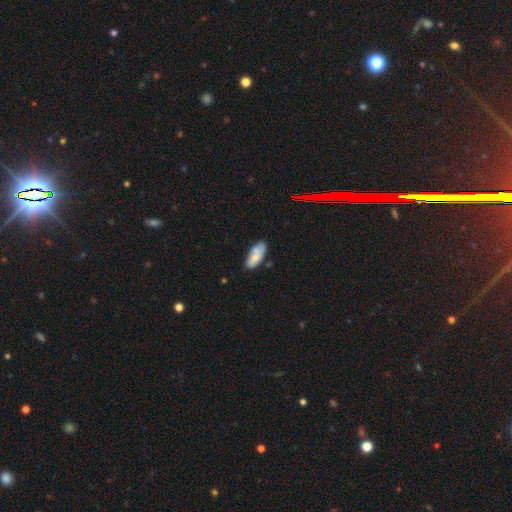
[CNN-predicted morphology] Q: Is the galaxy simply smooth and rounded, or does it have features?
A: smooth — 70%.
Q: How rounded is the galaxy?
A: in between — 80%.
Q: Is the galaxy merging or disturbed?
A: none — 60%.